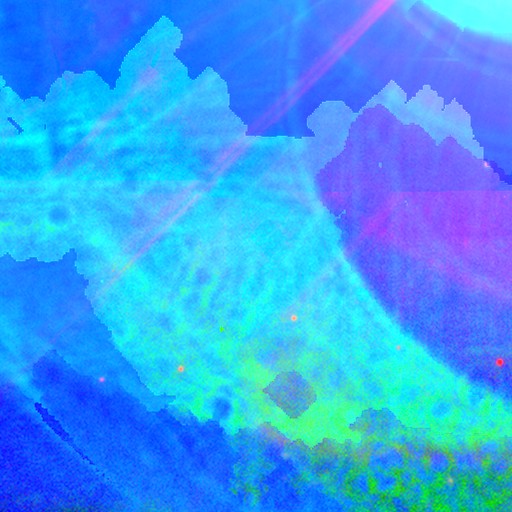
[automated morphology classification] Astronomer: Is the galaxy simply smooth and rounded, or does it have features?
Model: star or artifact — 85%.